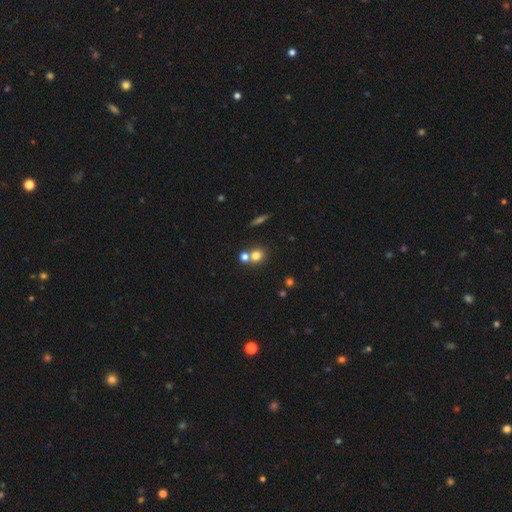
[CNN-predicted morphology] Smooth or featured?
  - smooth: 73% *
  - star or artifact: 15%
  - featured or disk: 12%
How rounded?
  - round: 82% *
  - in between: 17%
  - cigar-shaped: 1%
Merging?
  - none: 52% *
  - merger: 38%
  - minor disturbance: 7%
  - major disturbance: 3%